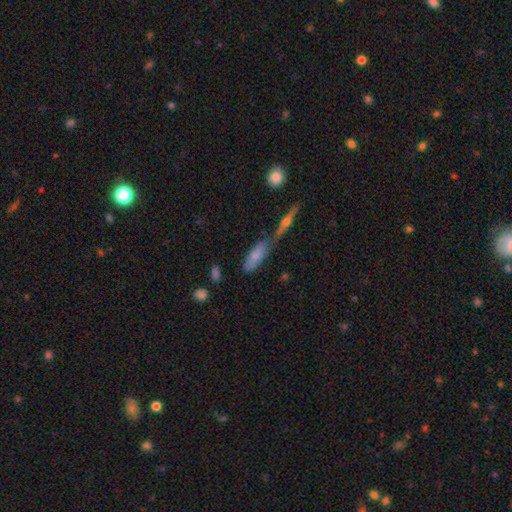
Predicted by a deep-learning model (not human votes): Overall: smooth (69%). How rounded: in between (60%; cigar-shaped 37%). Merging: none (44%; merger 34%).